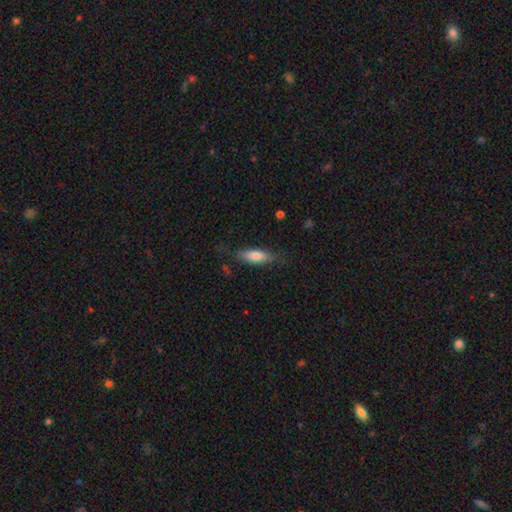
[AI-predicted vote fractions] A smooth galaxy with no disk features (73%) that is in between round and cigar-shaped (58%). Merging: none (72%).